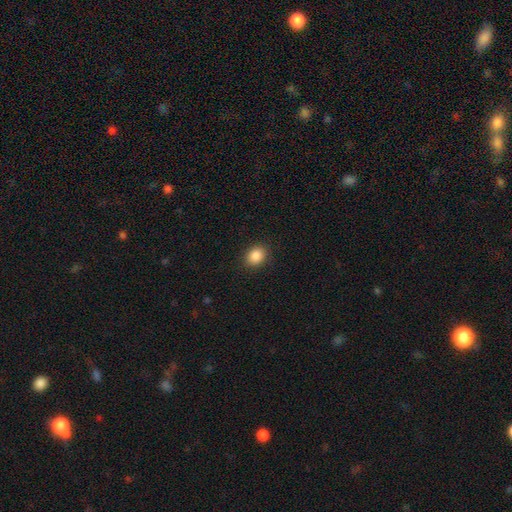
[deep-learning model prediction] This is clearly a smooth galaxy (87%). How rounded: possibly round (52%). Merging: clearly none (89%).